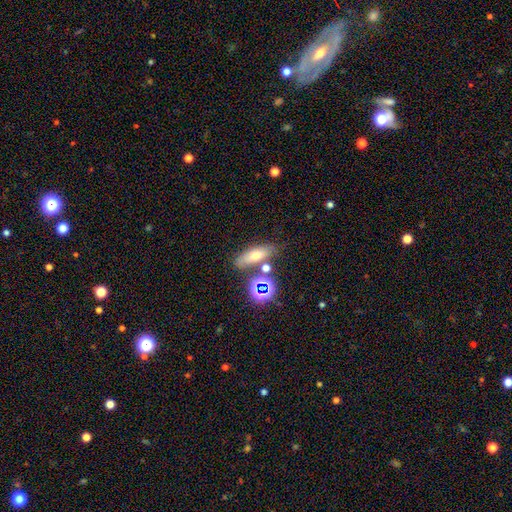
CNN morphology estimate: smooth-or-featured: smooth: 58% | featured or disk: 23% | star or artifact: 19%
  how-rounded: in between: 58% | cigar-shaped: 28% | round: 14%
  merging: none: 69% | merger: 14% | minor disturbance: 12% | major disturbance: 5%